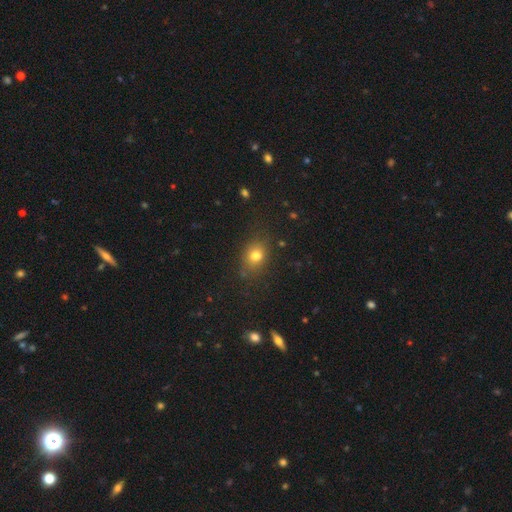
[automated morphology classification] Overall: smooth (77%). How rounded: in between (56%; round 42%). Merging: none (78%).